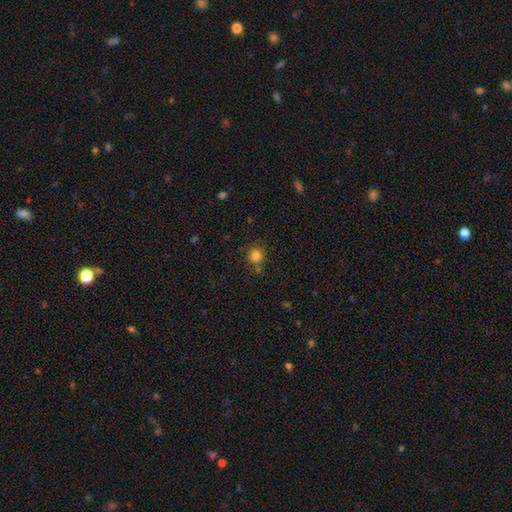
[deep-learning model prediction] smooth 82%, star or artifact 13%, featured or disk 5%. Down the decision tree: how rounded — round (92%); merging — none (81%).